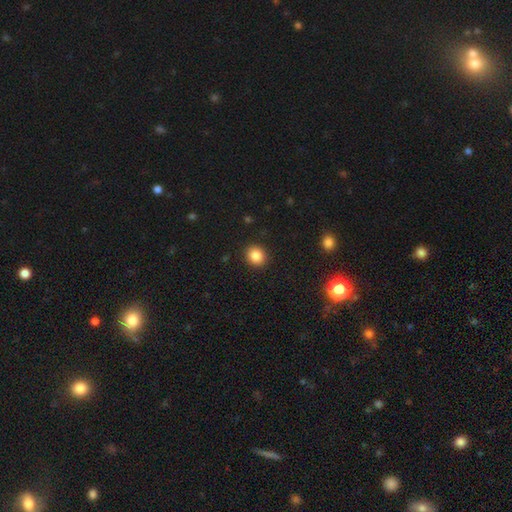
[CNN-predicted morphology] Q: Smooth or featured?
A: smooth (86%); runner-up: star or artifact (10%)
Q: How rounded?
A: round (77%); runner-up: in between (22%)
Q: Merging?
A: none (91%); runner-up: minor disturbance (6%)